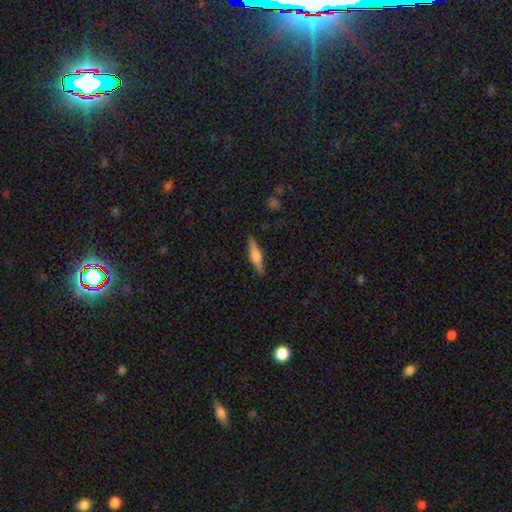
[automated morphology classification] smooth-or-featured: featured or disk: 59% | smooth: 34% | star or artifact: 7%
  disk-edge-on: yes: 97% | no: 3%
    edge-on-bulge: rounded: 80% | boxy: 17% | none: 3%
  merging: none: 88% | minor disturbance: 9% | major disturbance: 2% | merger: 1%